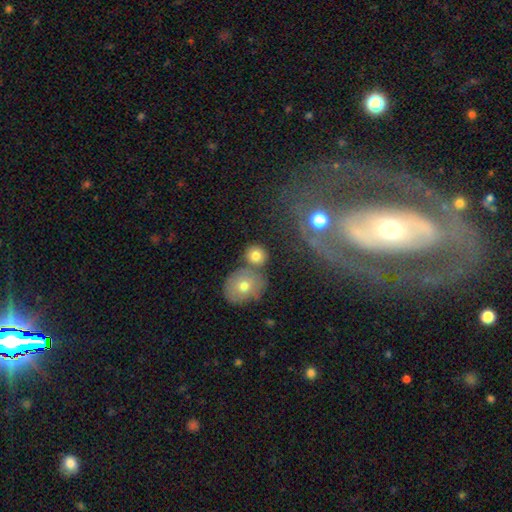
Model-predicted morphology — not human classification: Overall: smooth (77%). How rounded: round (85%). Merging: none (63%; merger 23%).